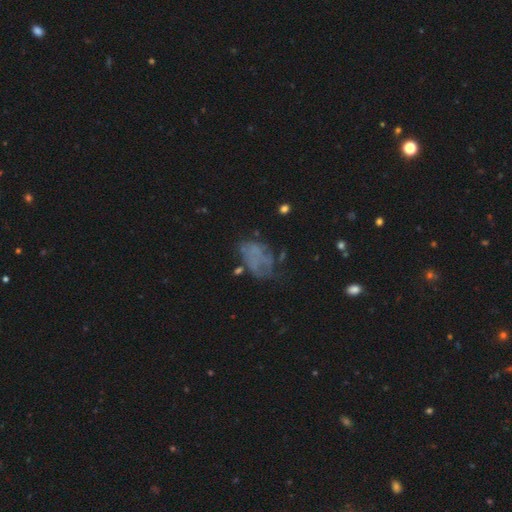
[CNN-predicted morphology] smooth-or-featured: featured or disk: 47% | smooth: 36% | star or artifact: 17%
  merging: none: 37% | major disturbance: 33% | minor disturbance: 24% | merger: 6%